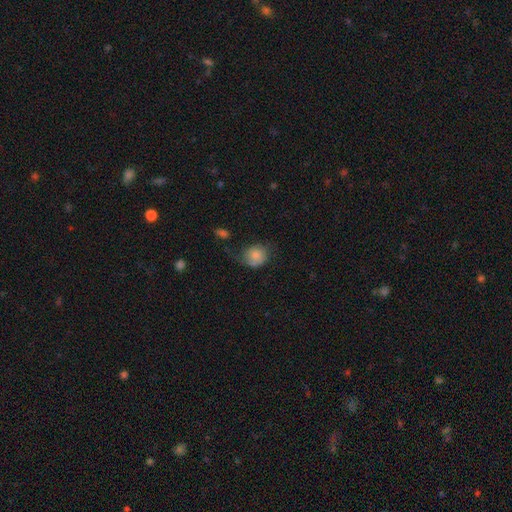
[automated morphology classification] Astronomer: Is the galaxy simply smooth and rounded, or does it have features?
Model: smooth — 70%.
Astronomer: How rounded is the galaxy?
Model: round — 62%.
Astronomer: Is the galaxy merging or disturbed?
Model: none — 41% (runner-up: minor disturbance, 31%).